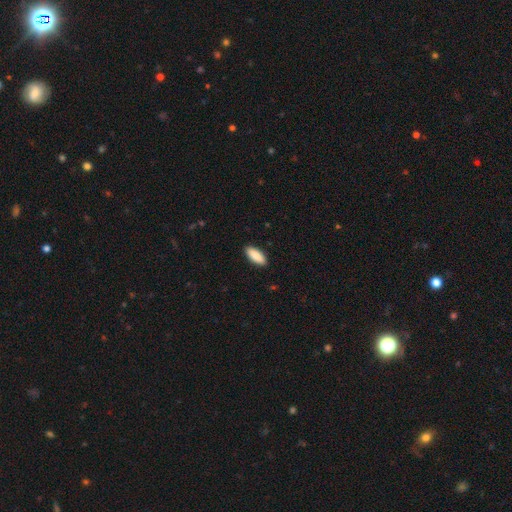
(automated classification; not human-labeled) A smooth galaxy with no disk features (90%) that is in between round and cigar-shaped (81%).

Vote fractions:
- Smooth or featured? smooth: 90% / star or artifact: 6% / featured or disk: 5%
- How rounded? in between: 81% / cigar-shaped: 18% / round: 2%
- Merging? none: 90% / minor disturbance: 7% / major disturbance: 2% / merger: 1%